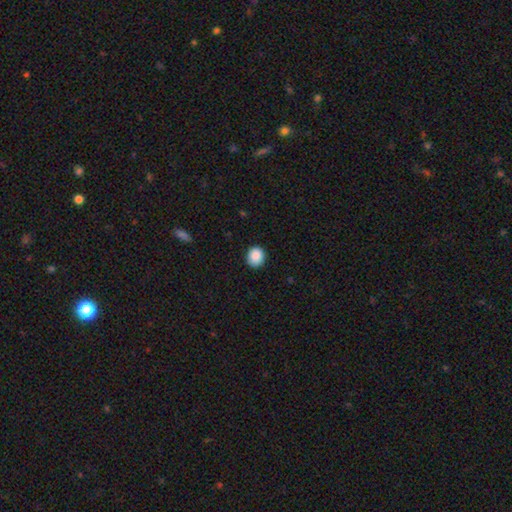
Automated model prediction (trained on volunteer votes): Smooth or featured? smooth (89%)
How rounded? round (75%)
Merging? none (89%)